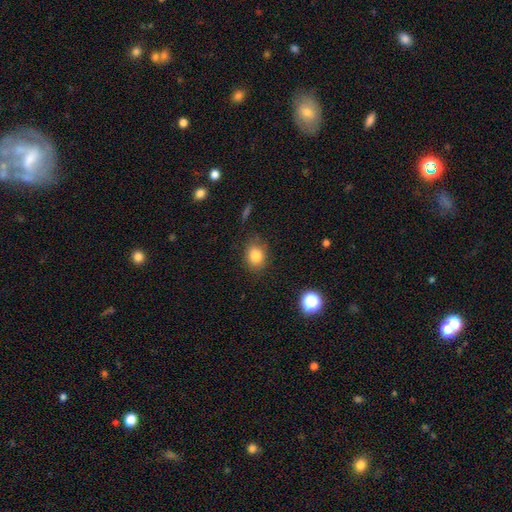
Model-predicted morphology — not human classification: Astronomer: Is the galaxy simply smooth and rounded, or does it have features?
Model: smooth — 82%.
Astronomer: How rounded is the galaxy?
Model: round — 51% (runner-up: in between, 47%).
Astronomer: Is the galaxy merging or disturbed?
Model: none — 81%.